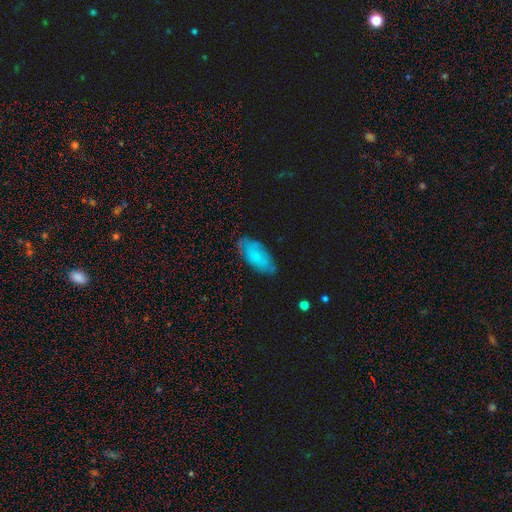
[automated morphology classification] The model was most divided on "smooth or featured": smooth: 61%, featured or disk: 27%, star or artifact: 12%. More confident: how rounded — in between (87%); merging — none (77%).